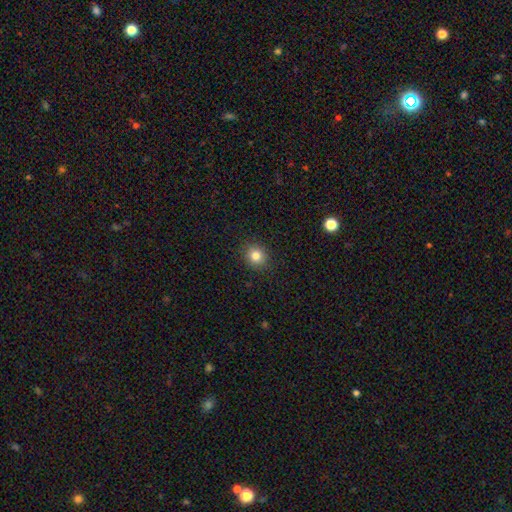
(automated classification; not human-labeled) Smooth or featured: smooth — 82% (star or artifact — 12%)
How rounded: round — 81% (in between — 18%)
Merging: none — 91% (minor disturbance — 6%)